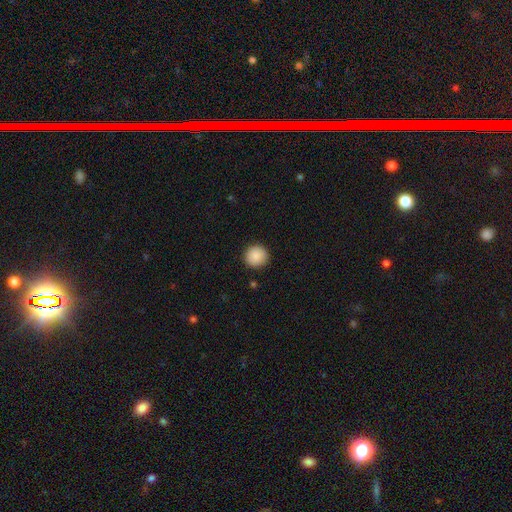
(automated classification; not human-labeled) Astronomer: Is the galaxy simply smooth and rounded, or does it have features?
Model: smooth — 89%.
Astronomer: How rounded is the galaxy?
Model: round — 94%.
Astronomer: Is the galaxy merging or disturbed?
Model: none — 90%.